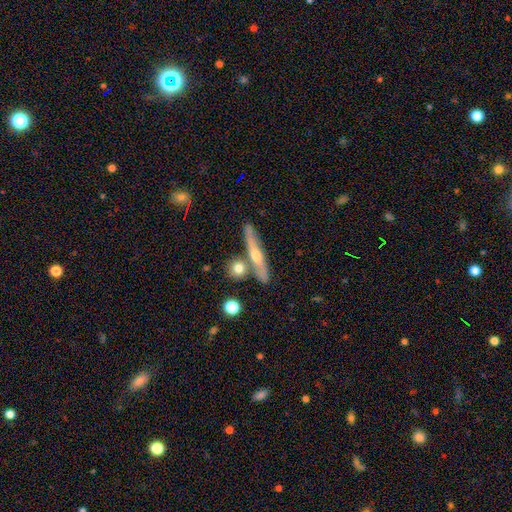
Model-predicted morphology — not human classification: Overall: featured or disk (60%; smooth 34%). Edge-on disk: yes (87%). Edge-on bulge: rounded (83%). Merging: none (72%).